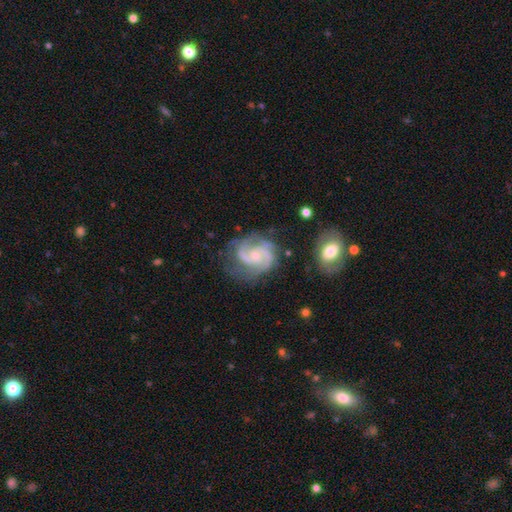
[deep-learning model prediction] smooth_or_featured: featured or disk (p=0.90) [alt: star or artifact p=0.05]
disk_edge_on: no (p=0.98) [alt: yes p=0.02]
bar: no (p=0.62) [alt: weak p=0.32]
has_spiral_arms: yes (p=0.98) [alt: no p=0.02]
spiral_winding: medium (p=0.53) [alt: tight p=0.36]
spiral_arm_count: 2 (p=0.54) [alt: 3 p=0.29]
bulge_size: small (p=0.70) [alt: moderate p=0.23]
merging: none (p=0.68) [alt: minor disturbance p=0.20]